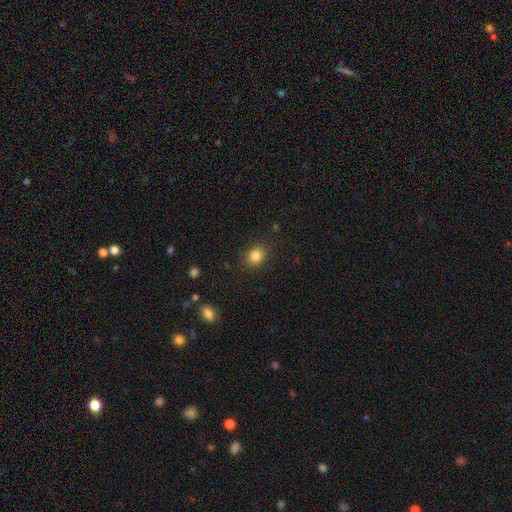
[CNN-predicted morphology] Smooth or featured: smooth — 84% (star or artifact — 11%)
How rounded: round — 51% (in between — 48%)
Merging: none — 87% (minor disturbance — 9%)